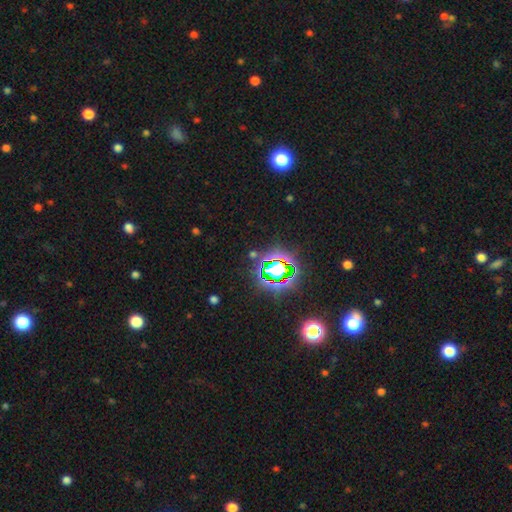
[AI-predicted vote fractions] Morphology: type=star or artifact (74%).